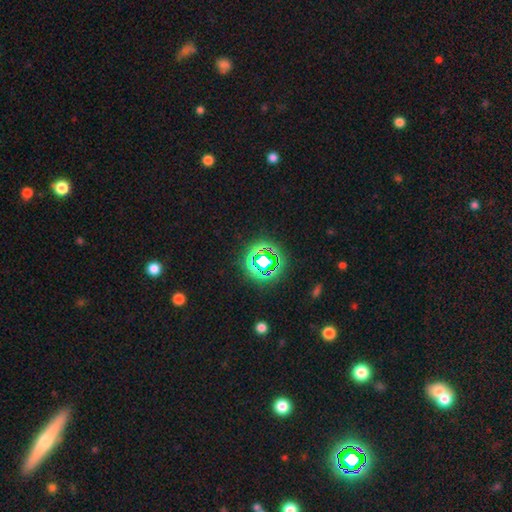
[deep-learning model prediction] The model was most divided on "smooth or featured": star or artifact: 69%, smooth: 20%, featured or disk: 11%.